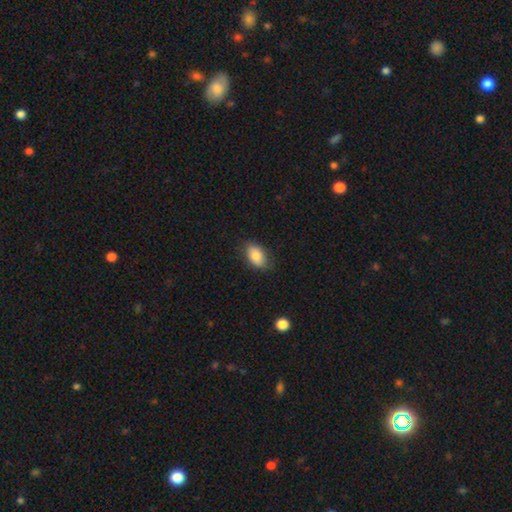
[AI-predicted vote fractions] This is clearly a smooth galaxy (83%). How rounded: clearly in between (90%). Merging: likely none (78%).